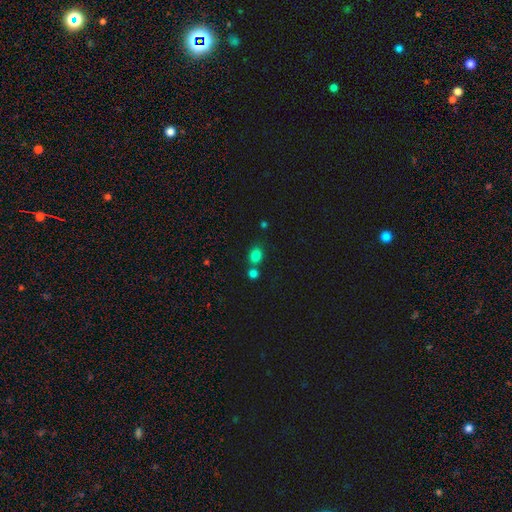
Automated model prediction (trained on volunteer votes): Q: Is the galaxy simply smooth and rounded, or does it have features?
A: smooth — 81%.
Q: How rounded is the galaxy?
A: round — 54%.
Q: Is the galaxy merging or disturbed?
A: none — 56%.